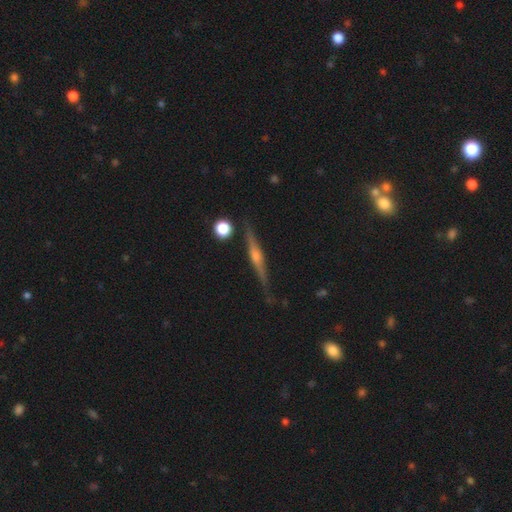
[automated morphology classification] This appears to be a featured or disk galaxy (78%) viewed edge-on (97%) with a rounded central bulge (82%). Merging: none (83%).